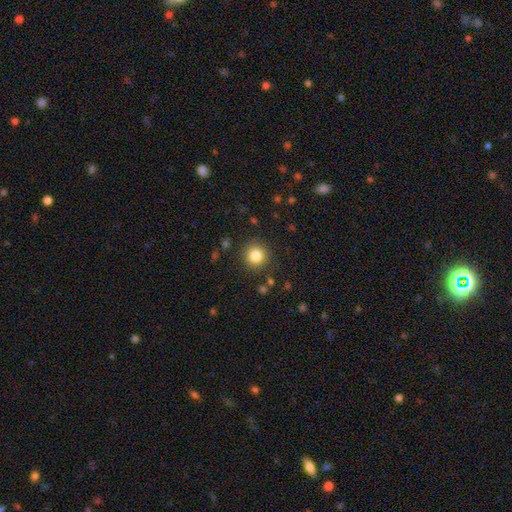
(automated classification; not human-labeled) Smooth or featured? smooth (82%)
How rounded? round (94%)
Merging? none (89%)